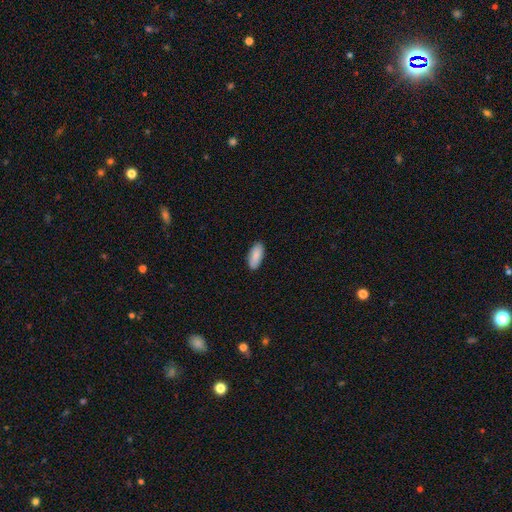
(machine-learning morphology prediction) smooth 89%, star or artifact 6%, featured or disk 5%. Down the decision tree: how rounded — in between (87%); merging — none (89%).